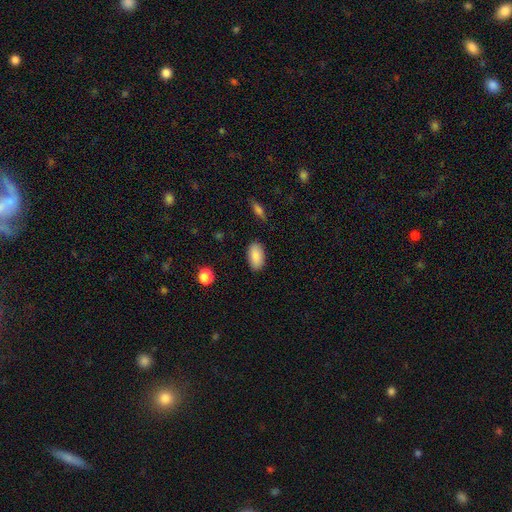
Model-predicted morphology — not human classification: smooth-or-featured: smooth: 87% | star or artifact: 7% | featured or disk: 6%
  how-rounded: in between: 93% | round: 4% | cigar-shaped: 3%
  merging: none: 86% | minor disturbance: 10% | major disturbance: 2% | merger: 1%